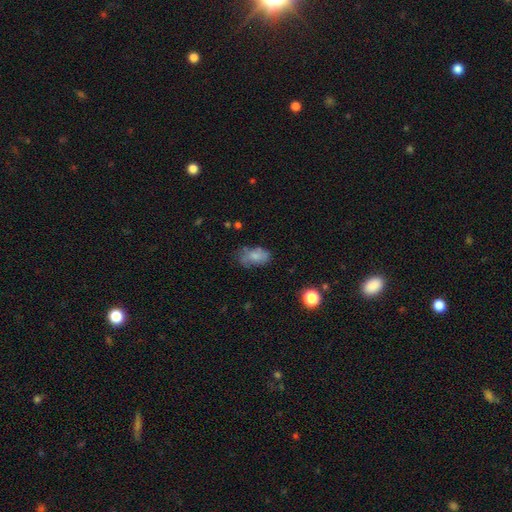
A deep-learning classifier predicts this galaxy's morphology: The model was most divided on "merging": none: 52%, minor disturbance: 31%, major disturbance: 13%, merger: 4%. More confident: how rounded — in between (90%); smooth or featured — smooth (70%).